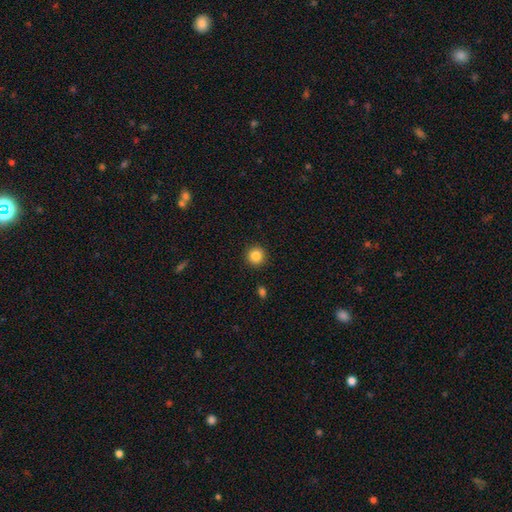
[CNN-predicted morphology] Smooth or featured?
  - smooth: 85% *
  - star or artifact: 10%
  - featured or disk: 4%
How rounded?
  - round: 95% *
  - in between: 4%
  - cigar-shaped: 1%
Merging?
  - none: 92% *
  - minor disturbance: 5%
  - major disturbance: 2%
  - merger: 1%